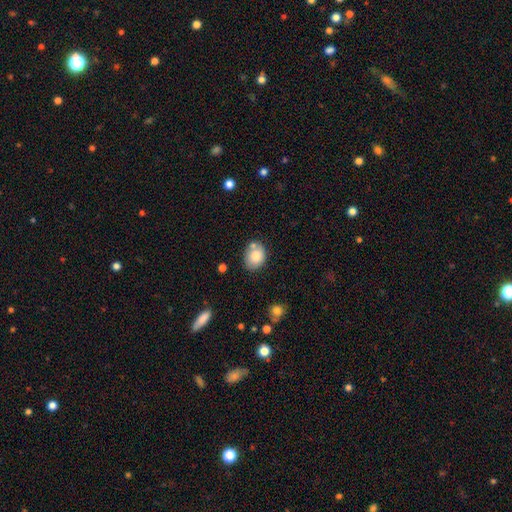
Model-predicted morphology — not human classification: A smooth galaxy with no disk features (81%) that is in between round and cigar-shaped (64%). Merging: none (61%).